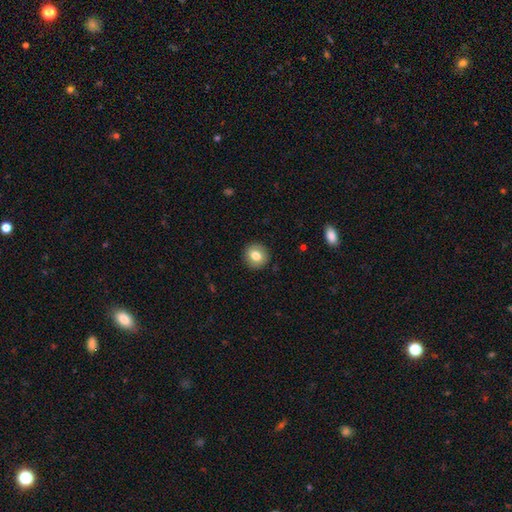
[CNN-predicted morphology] Smooth or featured?
  - smooth: 80% *
  - featured or disk: 11%
  - star or artifact: 9%
How rounded?
  - round: 88% *
  - in between: 12%
  - cigar-shaped: 1%
Merging?
  - none: 91% *
  - minor disturbance: 6%
  - major disturbance: 2%
  - merger: 1%